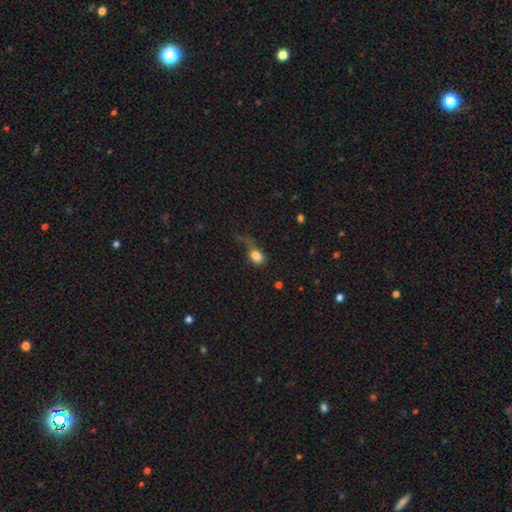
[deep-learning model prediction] Smooth or featured?
  - smooth: 76% *
  - featured or disk: 14%
  - star or artifact: 11%
How rounded?
  - in between: 73% *
  - round: 24%
  - cigar-shaped: 4%
Merging?
  - major disturbance: 48% *
  - minor disturbance: 22%
  - none: 21%
  - merger: 9%